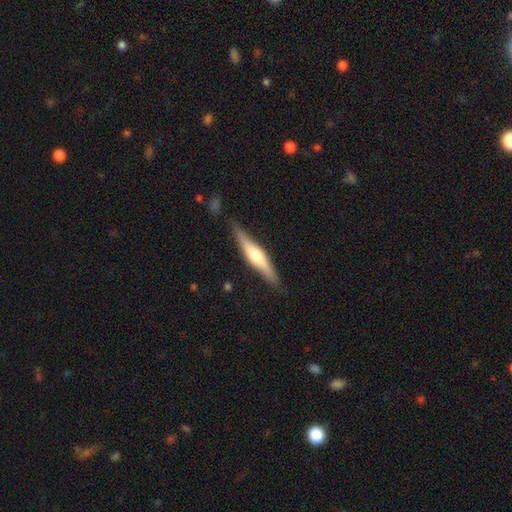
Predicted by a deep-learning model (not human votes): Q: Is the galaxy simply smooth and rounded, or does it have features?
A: featured or disk — 61%.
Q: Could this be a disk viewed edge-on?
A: yes — 94%.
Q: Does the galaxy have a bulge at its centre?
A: rounded — 87%.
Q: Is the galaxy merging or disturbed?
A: none — 83%.